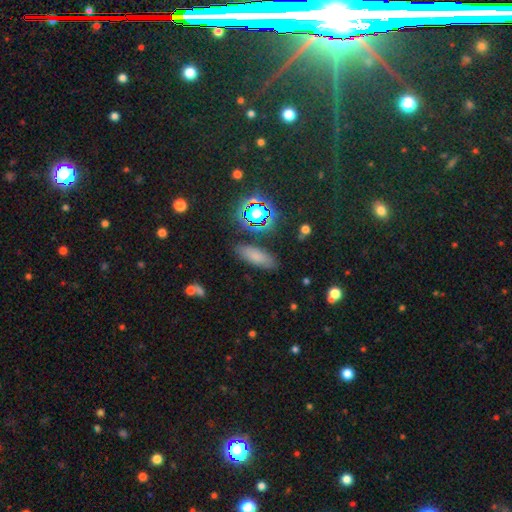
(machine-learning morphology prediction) A smooth galaxy with no disk features (70%) that is in between round and cigar-shaped (60%).

Vote fractions:
- Smooth or featured? smooth: 70% / star or artifact: 18% / featured or disk: 12%
- How rounded? in between: 60% / cigar-shaped: 35% / round: 4%
- Merging? none: 84% / minor disturbance: 10% / major disturbance: 3% / merger: 3%